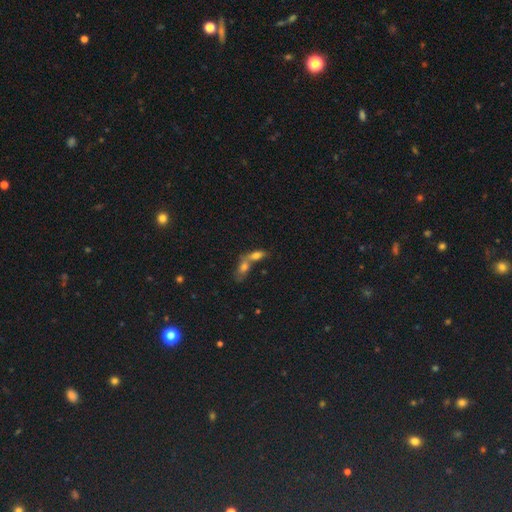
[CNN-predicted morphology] Q: Smooth or featured?
A: smooth (72%); runner-up: featured or disk (17%)
Q: How rounded?
A: in between (78%); runner-up: cigar-shaped (12%)
Q: Merging?
A: merger (72%); runner-up: none (19%)